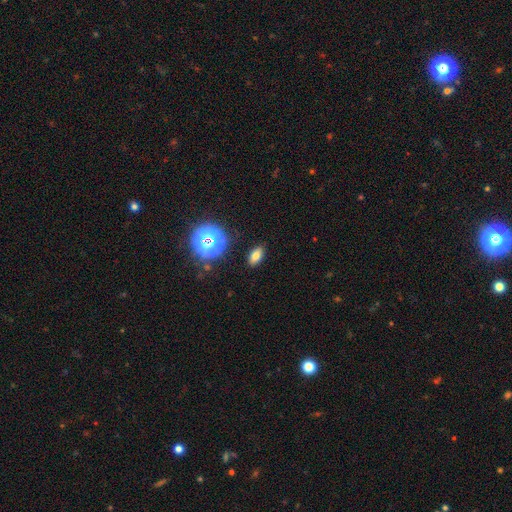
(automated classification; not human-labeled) Overall: smooth (71%). How rounded: in between (85%). Merging: none (88%).